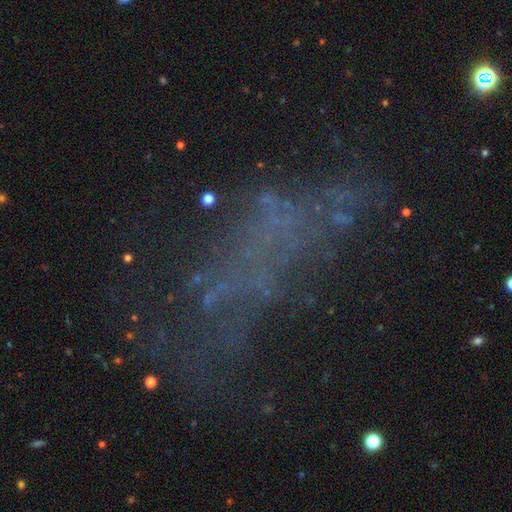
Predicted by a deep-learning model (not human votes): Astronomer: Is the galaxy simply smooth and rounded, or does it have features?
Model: featured or disk — 40% (runner-up: star or artifact, 38%).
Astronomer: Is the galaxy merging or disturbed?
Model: none — 43% (runner-up: major disturbance, 34%).